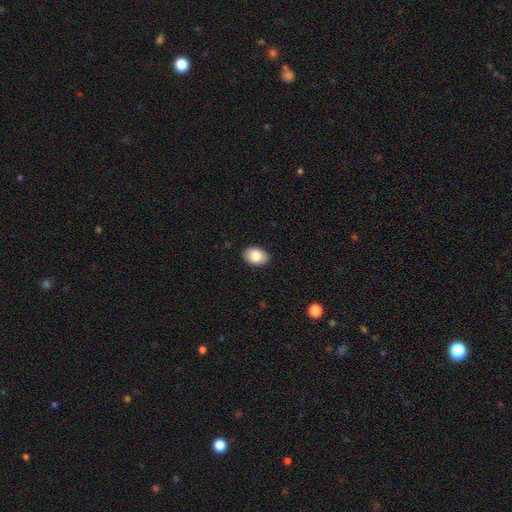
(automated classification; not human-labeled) smooth_or_featured: smooth (p=0.82) [alt: featured or disk p=0.10]
how_rounded: in between (p=0.83) [alt: round p=0.16]
merging: none (p=0.90) [alt: minor disturbance p=0.08]